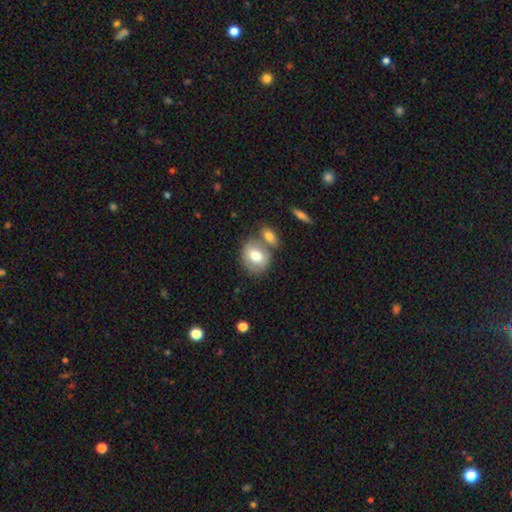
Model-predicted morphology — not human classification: A smooth galaxy with no disk features (72%) that is round (58%).

Vote fractions:
- Smooth or featured? smooth: 72% / featured or disk: 21% / star or artifact: 7%
- How rounded? round: 58% / in between: 40% / cigar-shaped: 1%
- Merging? none: 53% / merger: 31% / minor disturbance: 12% / major disturbance: 4%